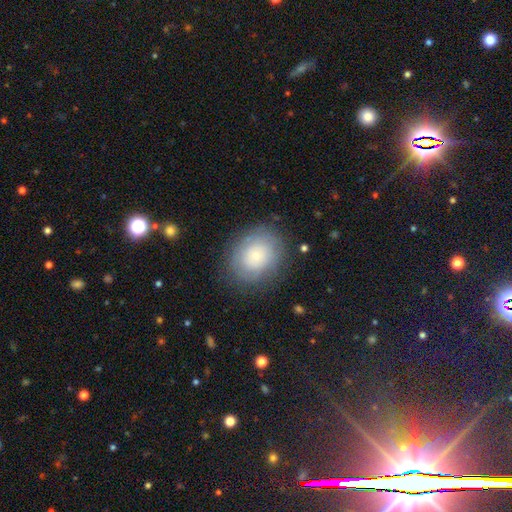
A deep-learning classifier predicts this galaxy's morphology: This is likely a smooth galaxy (61%). How rounded: possibly round (55%). Merging: clearly none (81%).